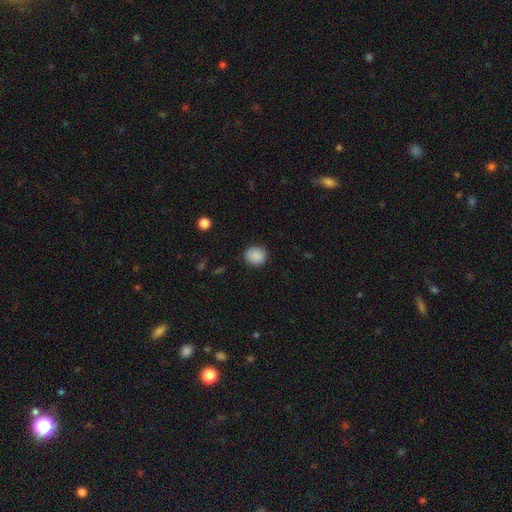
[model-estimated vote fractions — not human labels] Smooth or featured: smooth — 88% (star or artifact — 8%)
How rounded: round — 83% (in between — 16%)
Merging: none — 89% (minor disturbance — 8%)